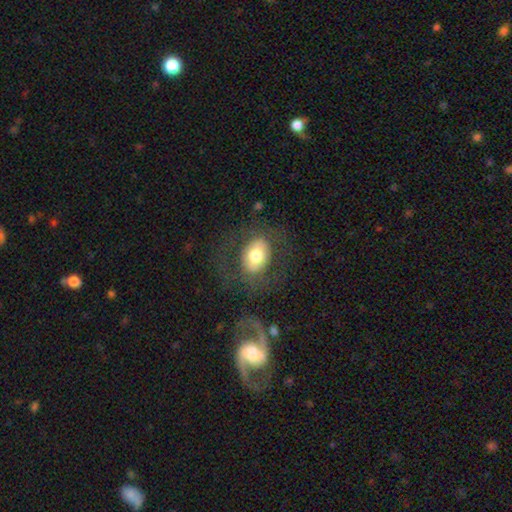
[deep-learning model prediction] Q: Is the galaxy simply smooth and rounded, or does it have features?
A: smooth — 63%.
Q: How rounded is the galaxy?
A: in between — 70%.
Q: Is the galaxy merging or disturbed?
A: none — 72%.